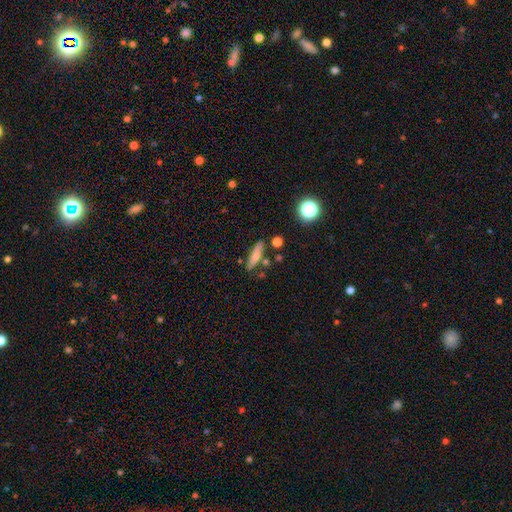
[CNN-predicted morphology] Q: Smooth or featured?
A: smooth (71%); runner-up: featured or disk (20%)
Q: How rounded?
A: cigar-shaped (70%); runner-up: in between (27%)
Q: Merging?
A: none (75%); runner-up: minor disturbance (14%)